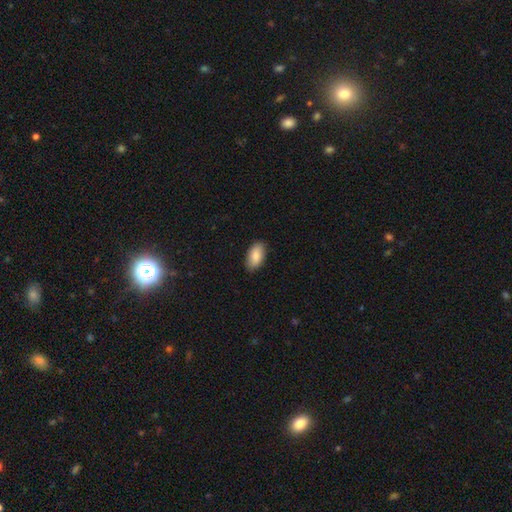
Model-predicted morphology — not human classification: A smooth galaxy with no disk features (86%) that is in between round and cigar-shaped (94%).

Vote fractions:
- Smooth or featured? smooth: 86% / featured or disk: 8% / star or artifact: 6%
- How rounded? in between: 94% / cigar-shaped: 3% / round: 3%
- Merging? none: 87% / minor disturbance: 10% / major disturbance: 2% / merger: 1%